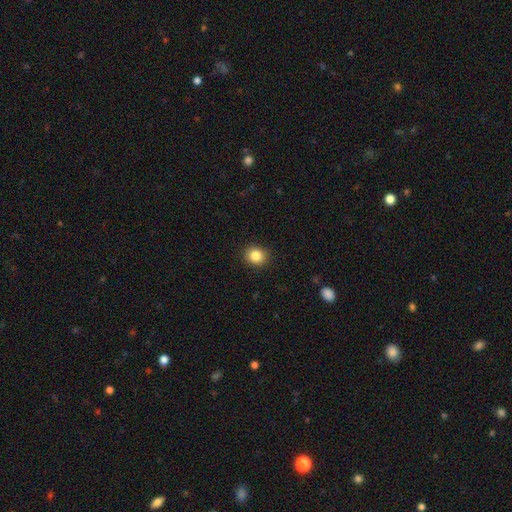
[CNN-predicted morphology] Smooth or featured?
  - smooth: 85% *
  - star or artifact: 10%
  - featured or disk: 5%
How rounded?
  - round: 80% *
  - in between: 19%
  - cigar-shaped: 1%
Merging?
  - none: 91% *
  - minor disturbance: 6%
  - major disturbance: 2%
  - merger: 1%